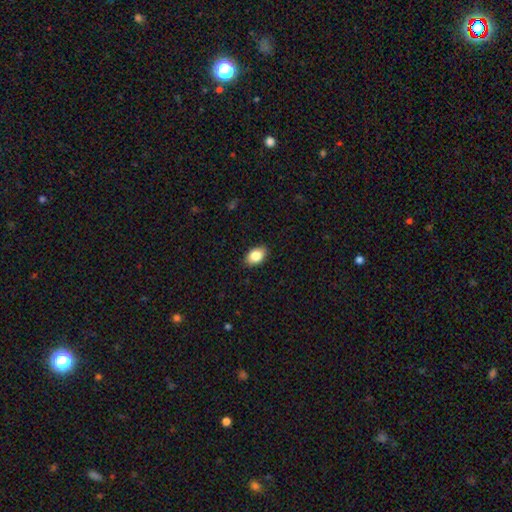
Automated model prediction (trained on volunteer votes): Smooth or featured?
  - smooth: 85% *
  - star or artifact: 8%
  - featured or disk: 7%
How rounded?
  - in between: 86% *
  - round: 13%
  - cigar-shaped: 1%
Merging?
  - none: 88% *
  - minor disturbance: 9%
  - major disturbance: 2%
  - merger: 1%